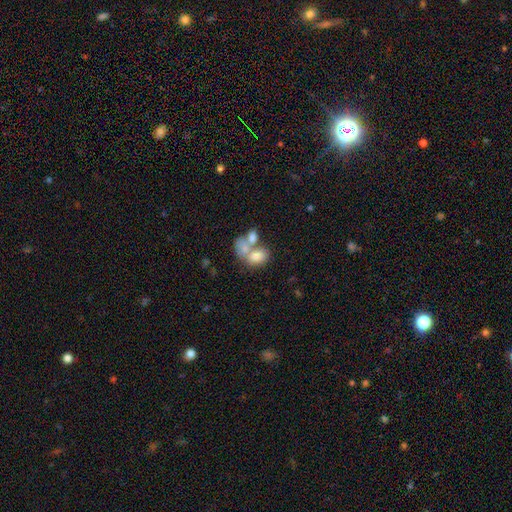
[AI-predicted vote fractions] A smooth galaxy with no disk features (72%) that is in between round and cigar-shaped (80%). Merging: merger (62%).